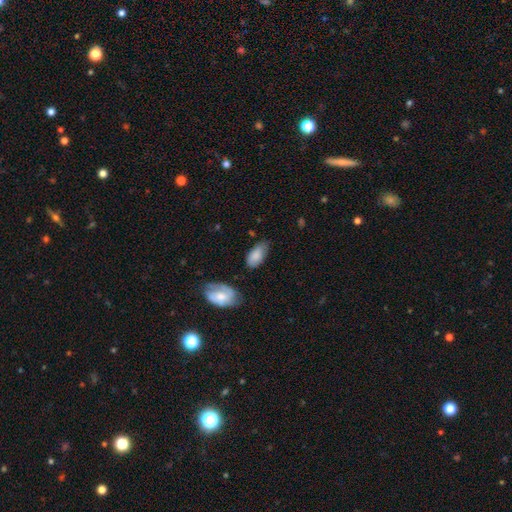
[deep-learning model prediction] Overall: smooth (80%). How rounded: in between (93%). Merging: none (55%; minor disturbance 33%).